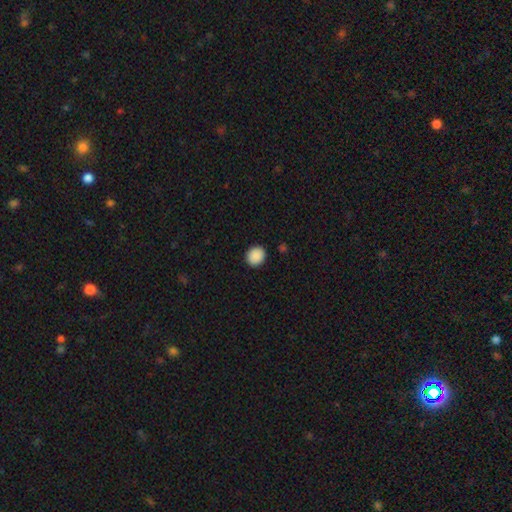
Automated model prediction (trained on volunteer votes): Morphology: type=smooth (90%); roundness=round (78%); merging=none (91%).